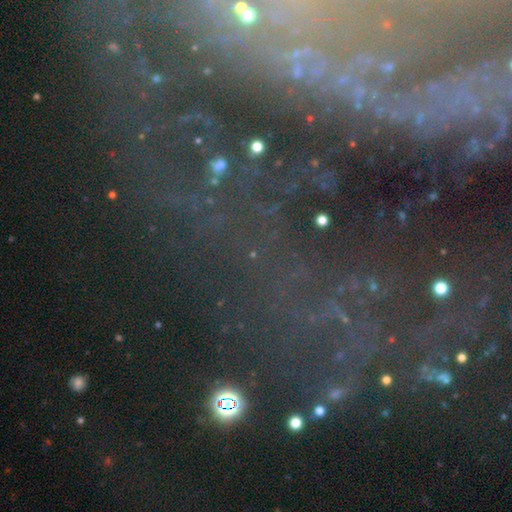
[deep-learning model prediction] Overall: star or artifact (47%; featured or disk 37%).